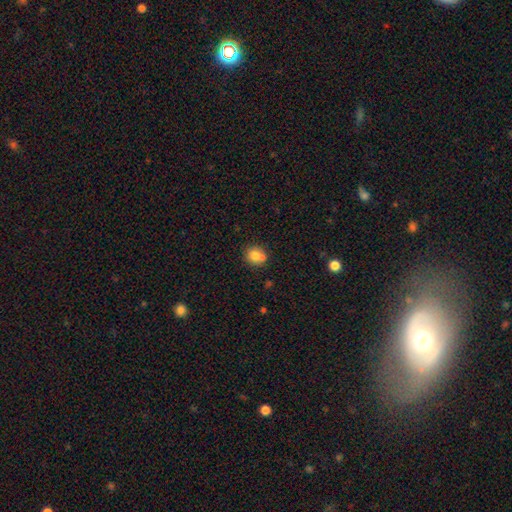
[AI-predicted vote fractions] This is likely a smooth galaxy (77%). How rounded: likely round (79%). Merging: possibly none (55%).